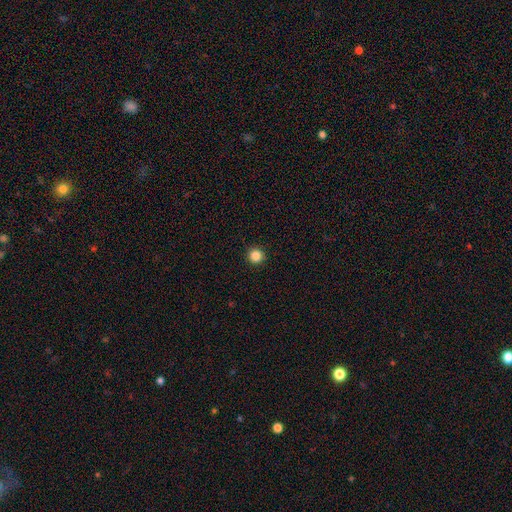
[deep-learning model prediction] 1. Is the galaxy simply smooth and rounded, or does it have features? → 86% smooth, 11% star or artifact, 3% featured or disk.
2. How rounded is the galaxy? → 96% round, 3% in between, 1% cigar-shaped.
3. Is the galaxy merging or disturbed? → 93% none, 4% minor disturbance, 2% major disturbance, 1% merger.